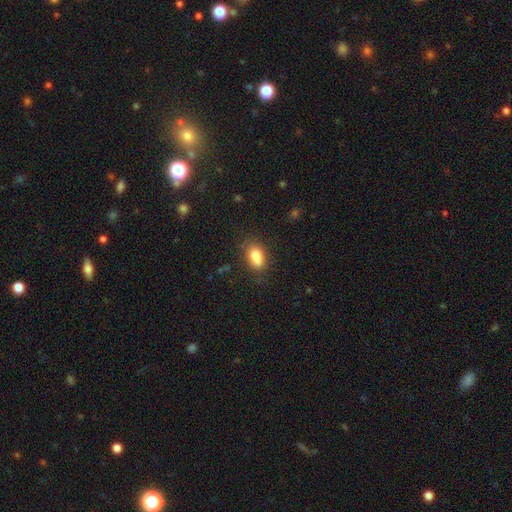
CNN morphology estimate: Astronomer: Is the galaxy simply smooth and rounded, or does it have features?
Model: smooth — 81%.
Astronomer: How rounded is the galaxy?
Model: in between — 86%.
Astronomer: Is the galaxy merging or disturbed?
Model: none — 69%.